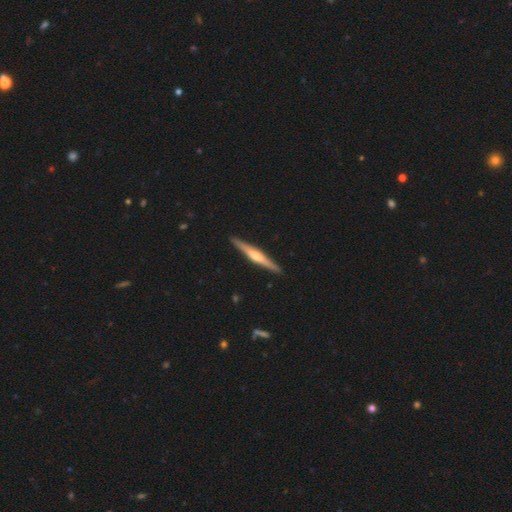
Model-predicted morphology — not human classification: This is likely a featured or disk galaxy (74%). It is clearly viewed edge-on (98%). Edge-on bulge: clearly rounded (83%). Merging: clearly none (92%).